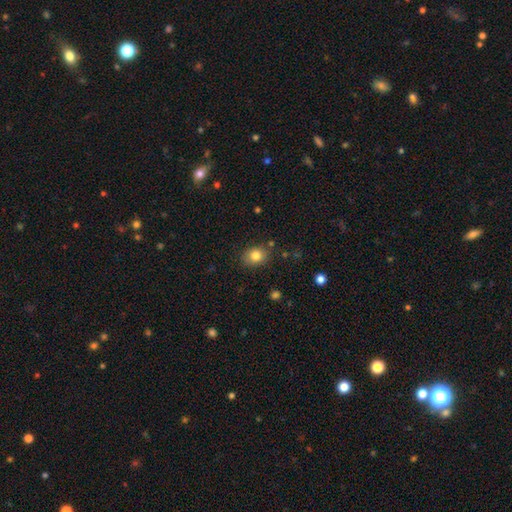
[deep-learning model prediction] Overall: smooth (81%). How rounded: in between (50%; round 49%). Merging: none (82%).